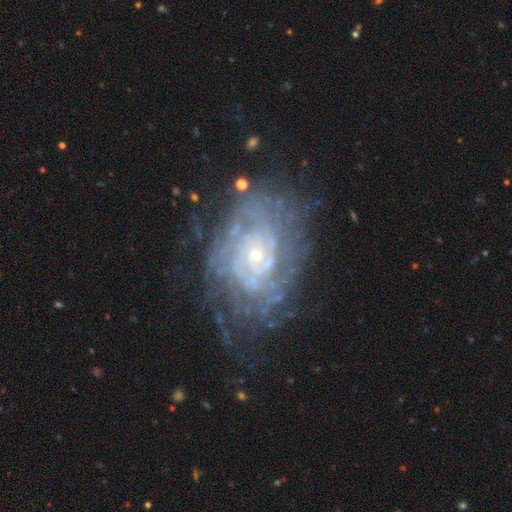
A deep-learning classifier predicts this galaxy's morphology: smooth_or_featured: featured or disk (p=0.87) [alt: star or artifact p=0.07]
disk_edge_on: no (p=0.96) [alt: yes p=0.04]
bar: no (p=0.75) [alt: weak p=0.19]
has_spiral_arms: yes (p=0.94) [alt: no p=0.06]
spiral_winding: tight (p=0.77) [alt: medium p=0.19]
spiral_arm_count: can't tell (p=0.42) [alt: 2 p=0.16]
bulge_size: small (p=0.74) [alt: moderate p=0.21]
merging: none (p=0.67) [alt: minor disturbance p=0.19]